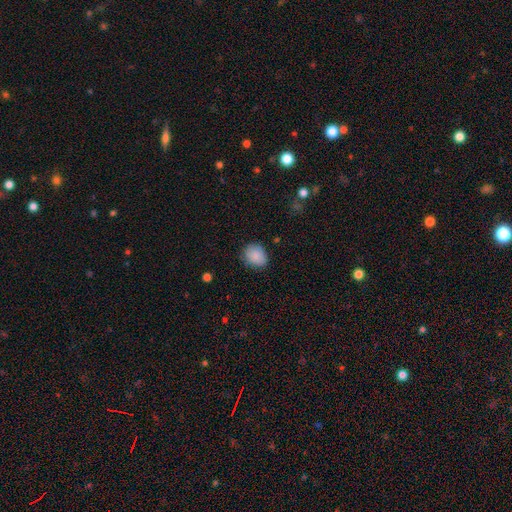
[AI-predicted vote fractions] Smooth or featured?
  - smooth: 88% *
  - star or artifact: 8%
  - featured or disk: 5%
How rounded?
  - round: 56% *
  - in between: 43%
  - cigar-shaped: 1%
Merging?
  - none: 80% *
  - minor disturbance: 16%
  - major disturbance: 3%
  - merger: 1%